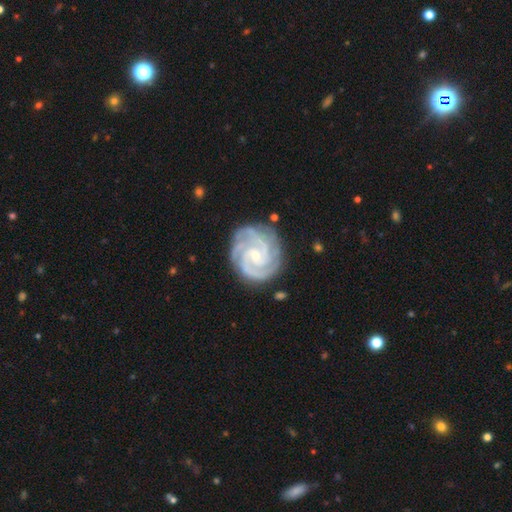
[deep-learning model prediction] This is clearly a featured or disk galaxy (94%). It is clearly not viewed edge-on (98%). Bar: possibly no (56%). Spiral arm pattern: clearly yes (99%). Spiral arm count: possibly 3 (50%). Spiral winding: likely tight (74%). Central bulge: likely small (70%). Merging: clearly none (81%).